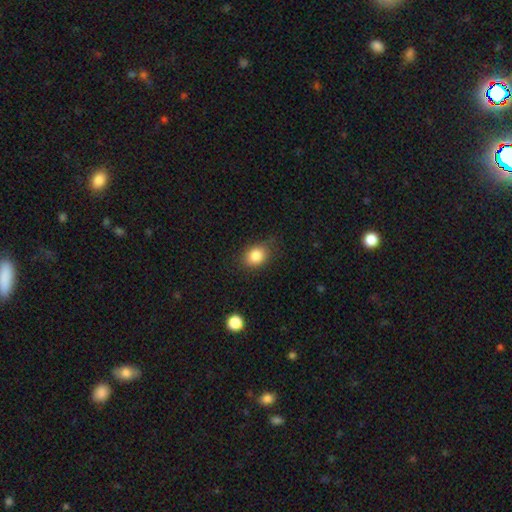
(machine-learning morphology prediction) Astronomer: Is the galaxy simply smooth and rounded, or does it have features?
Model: smooth — 83%.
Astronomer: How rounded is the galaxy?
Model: in between — 53% (runner-up: round, 46%).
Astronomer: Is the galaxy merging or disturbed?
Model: none — 73%.